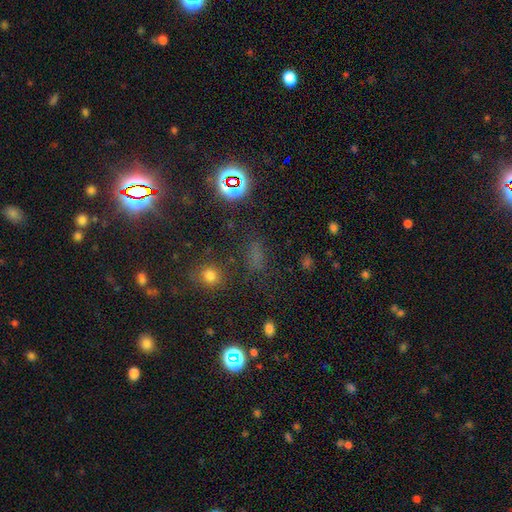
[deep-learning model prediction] This is possibly a star or artifact rather than a galaxy (51%).